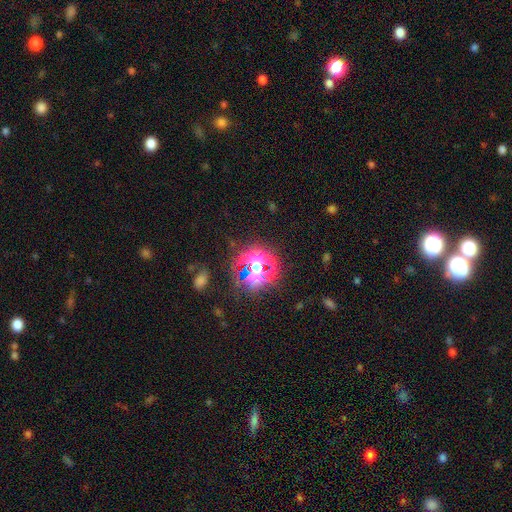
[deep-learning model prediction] Q: Smooth or featured?
A: star or artifact (76%); runner-up: smooth (16%)